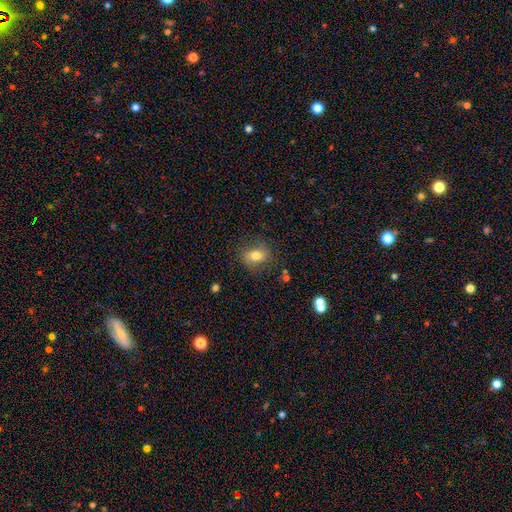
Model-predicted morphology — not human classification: This appears to be a smooth galaxy with no disk features (69%) that is in between round and cigar-shaped (65%). Merging: none (76%).